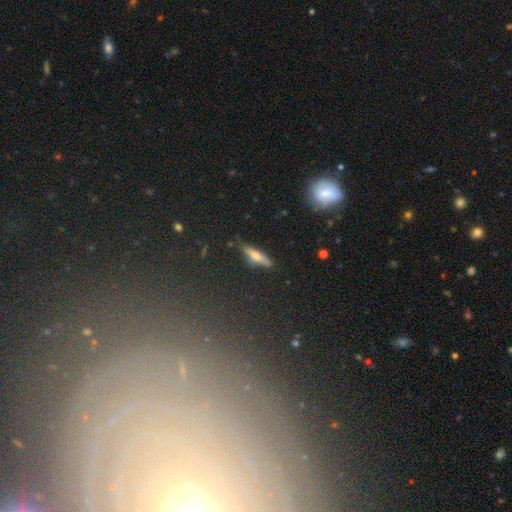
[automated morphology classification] Q: Smooth or featured?
A: featured or disk (47%); runner-up: smooth (41%)
Q: Merging?
A: none (80%); runner-up: minor disturbance (14%)